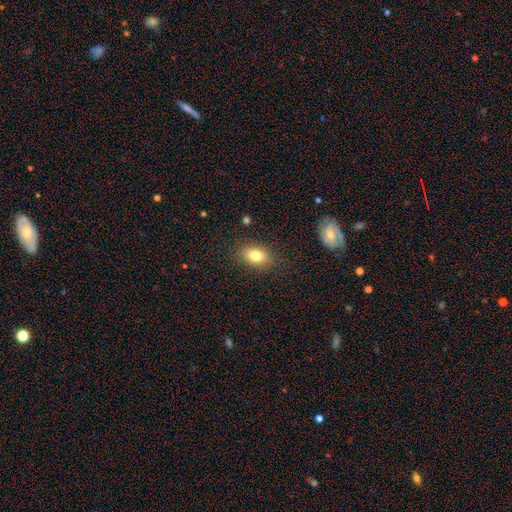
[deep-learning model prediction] Smooth or featured? smooth (79%)
How rounded? in between (80%)
Merging? none (85%)